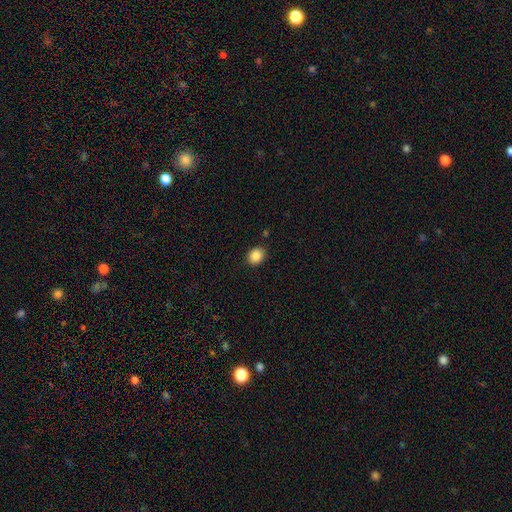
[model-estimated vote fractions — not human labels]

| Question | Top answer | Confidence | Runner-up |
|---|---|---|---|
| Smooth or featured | smooth | 87% | star or artifact (9%) |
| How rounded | round | 51% | in between (48%) |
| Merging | none | 88% | minor disturbance (8%) |